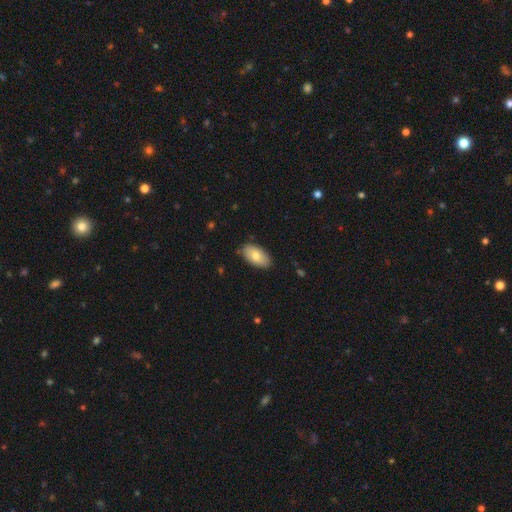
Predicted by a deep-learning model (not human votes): Q: Smooth or featured?
A: smooth (77%); runner-up: featured or disk (17%)
Q: How rounded?
A: in between (95%); runner-up: round (3%)
Q: Merging?
A: none (83%); runner-up: minor disturbance (14%)